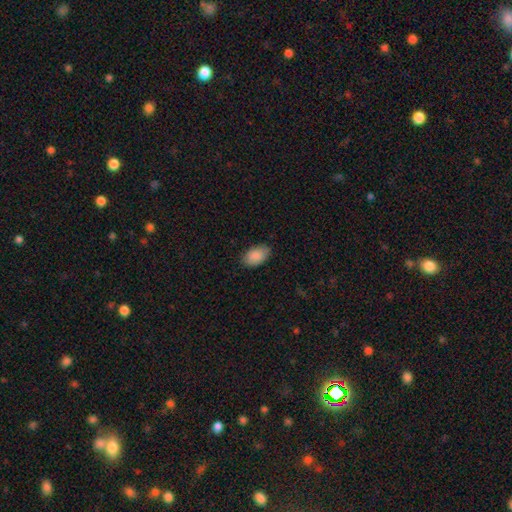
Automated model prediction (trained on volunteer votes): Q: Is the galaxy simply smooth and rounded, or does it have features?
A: smooth — 89%.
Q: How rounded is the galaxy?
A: in between — 92%.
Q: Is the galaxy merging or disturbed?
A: none — 80%.